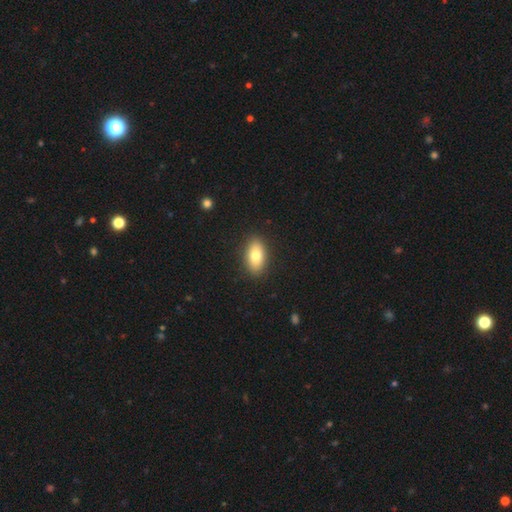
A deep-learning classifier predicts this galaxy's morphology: Q: Smooth or featured?
A: smooth (79%); runner-up: featured or disk (14%)
Q: How rounded?
A: in between (90%); runner-up: round (6%)
Q: Merging?
A: none (89%); runner-up: minor disturbance (8%)